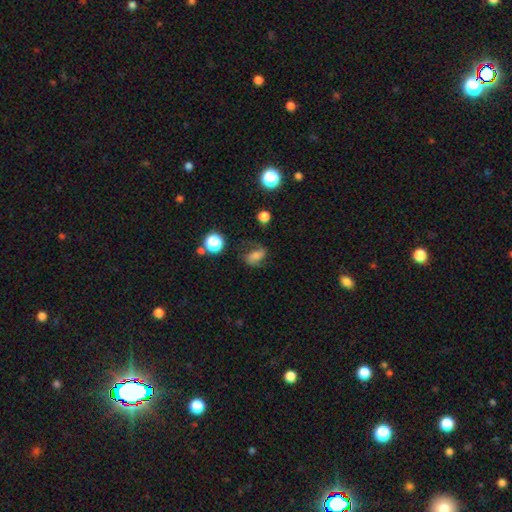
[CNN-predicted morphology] Smooth or featured? smooth (54%)
How rounded? in between (74%)
Merging? none (58%)